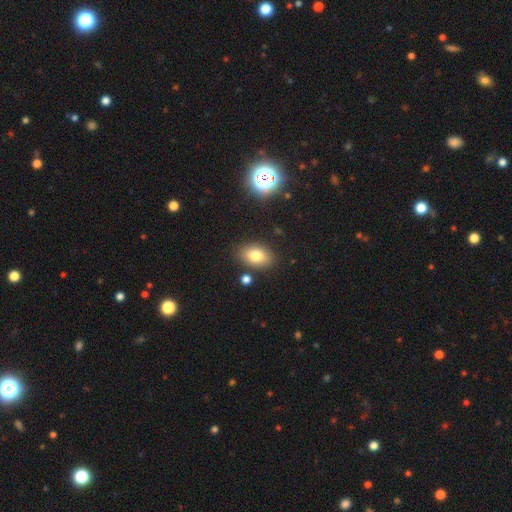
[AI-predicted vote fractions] Smooth or featured? smooth (78%)
How rounded? in between (87%)
Merging? none (83%)